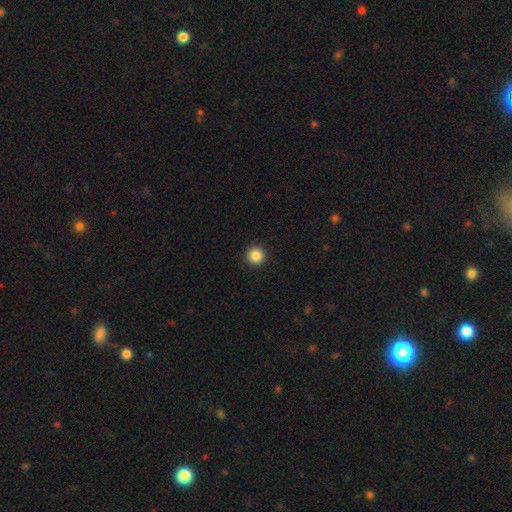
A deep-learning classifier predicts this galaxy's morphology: Q: Smooth or featured?
A: smooth (86%); runner-up: star or artifact (10%)
Q: How rounded?
A: round (96%); runner-up: in between (3%)
Q: Merging?
A: none (93%); runner-up: minor disturbance (4%)